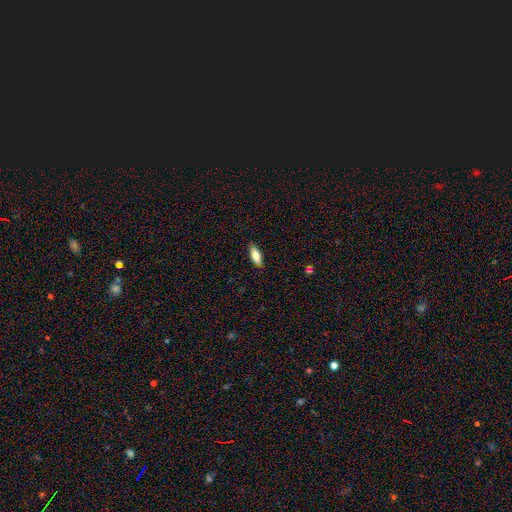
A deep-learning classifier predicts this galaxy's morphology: A smooth galaxy with no disk features (76%) that is in between round and cigar-shaped (68%). Merging: none (88%).